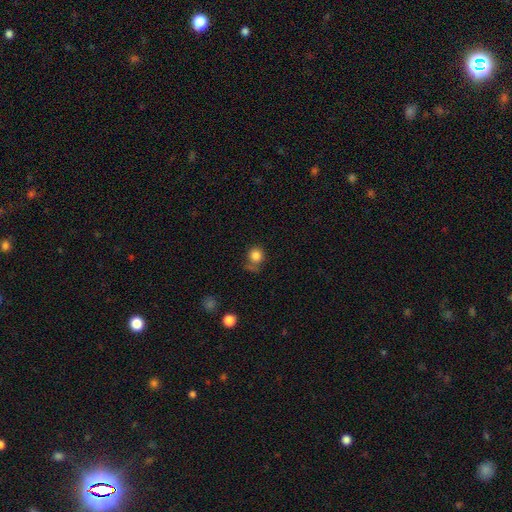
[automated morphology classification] smooth_or_featured: smooth (p=0.83) [alt: star or artifact p=0.11]
how_rounded: round (p=0.88) [alt: in between p=0.11]
merging: none (p=0.64) [alt: minor disturbance p=0.19]